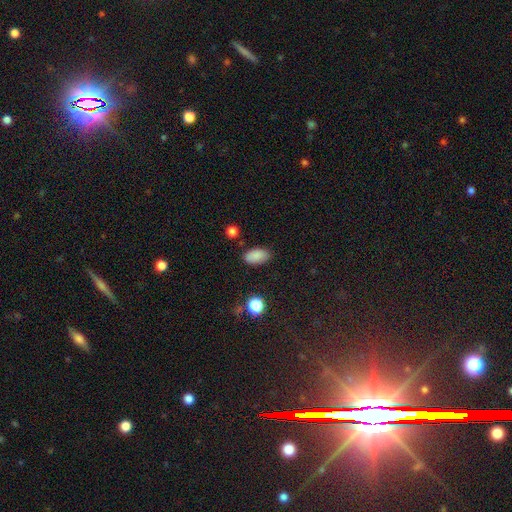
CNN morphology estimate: smooth 86%, star or artifact 9%, featured or disk 4%. Down the decision tree: how rounded — in between (93%); merging — none (84%).